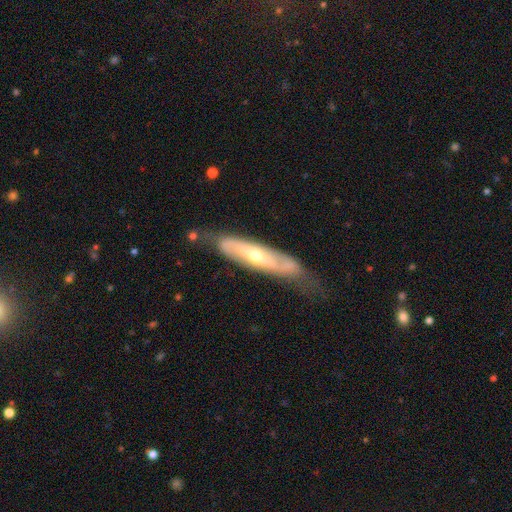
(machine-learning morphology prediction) The model was most divided on "edge-on disk": no: 60%, yes: 40%. More confident: smooth or featured — featured or disk (71%); merging — none (63%).